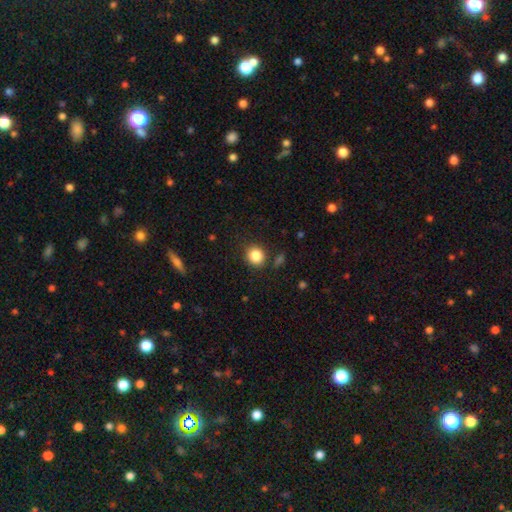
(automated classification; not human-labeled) Q: Smooth or featured?
A: smooth (85%); runner-up: star or artifact (10%)
Q: How rounded?
A: round (84%); runner-up: in between (15%)
Q: Merging?
A: none (85%); runner-up: minor disturbance (9%)